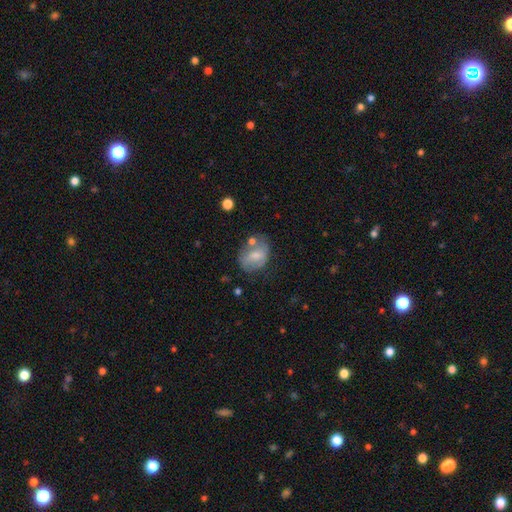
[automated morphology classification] Overall: smooth (57%; featured or disk 35%). How rounded: in between (63%; round 36%). Merging: none (44%; minor disturbance 27%).